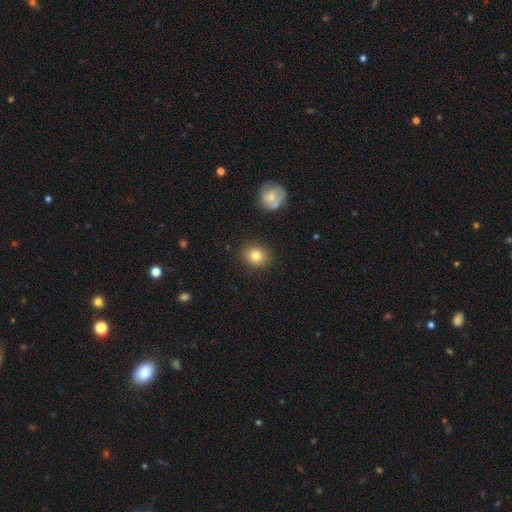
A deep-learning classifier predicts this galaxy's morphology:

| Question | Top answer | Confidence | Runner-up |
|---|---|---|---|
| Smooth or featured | smooth | 81% | star or artifact (10%) |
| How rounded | round | 73% | in between (26%) |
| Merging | none | 88% | minor disturbance (8%) |